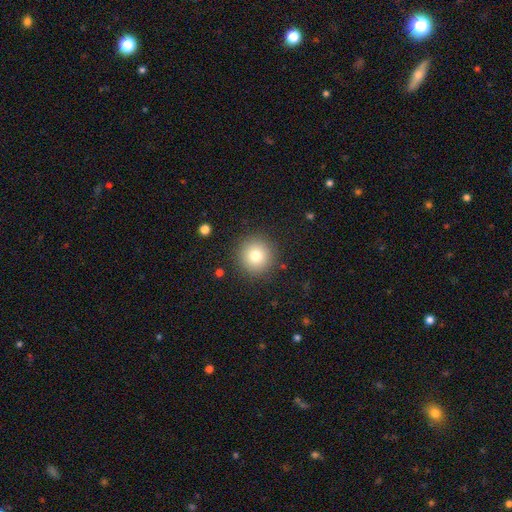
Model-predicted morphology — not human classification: This appears to be a smooth galaxy with no disk features (77%) that is round (94%). Merging: none (89%).